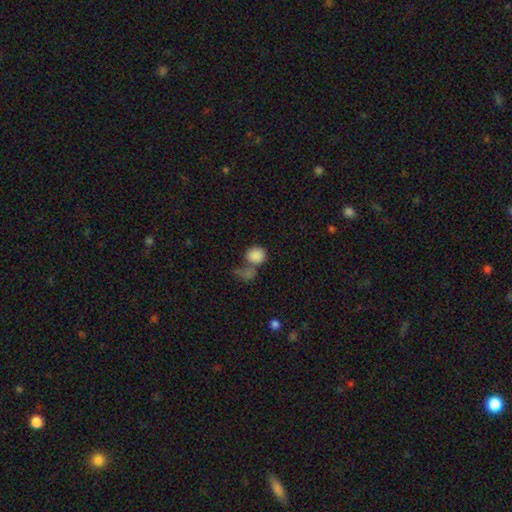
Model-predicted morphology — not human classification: This is clearly a smooth galaxy (85%). How rounded: likely round (69%). Merging: marginally merger (39%).